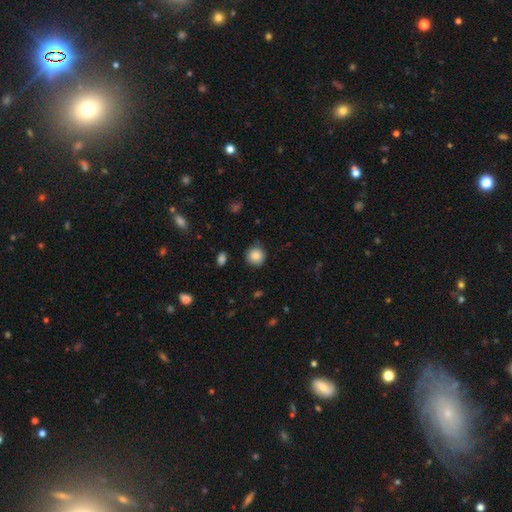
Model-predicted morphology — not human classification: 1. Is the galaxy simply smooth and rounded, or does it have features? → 87% smooth, 9% star or artifact, 5% featured or disk.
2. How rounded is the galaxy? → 90% round, 9% in between, 1% cigar-shaped.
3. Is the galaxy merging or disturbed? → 83% none, 13% minor disturbance, 3% major disturbance, 2% merger.